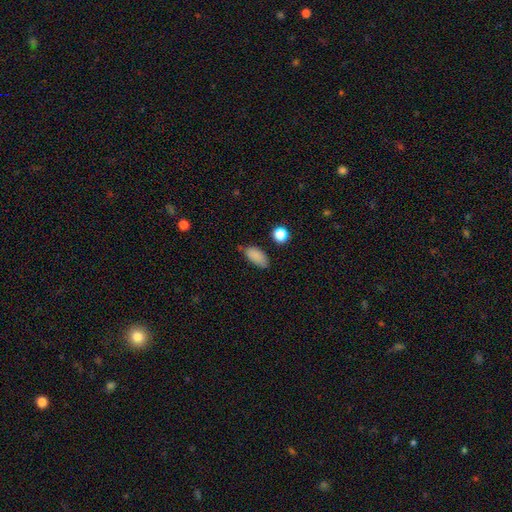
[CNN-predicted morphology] type=smooth (86%); roundness=in between (87%); merging=none (71%).